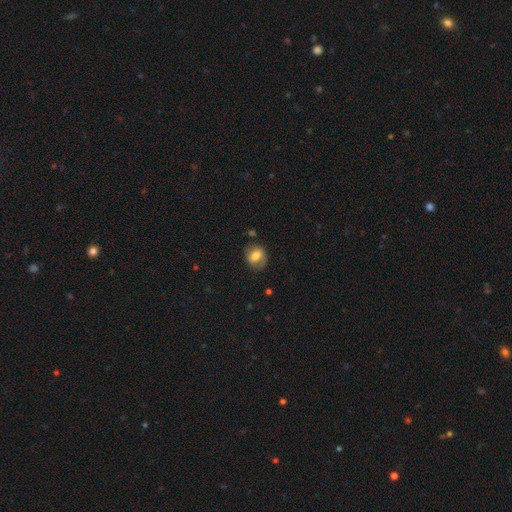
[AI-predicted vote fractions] Smooth or featured? smooth (67%)
How rounded? round (51%)
Merging? none (70%)